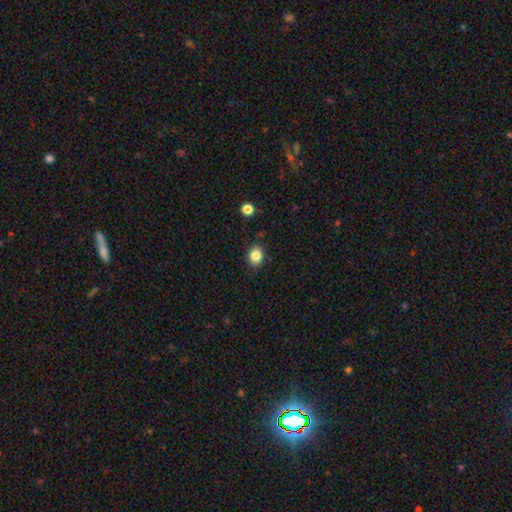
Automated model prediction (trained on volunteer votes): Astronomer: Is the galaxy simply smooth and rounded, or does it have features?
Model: smooth — 84%.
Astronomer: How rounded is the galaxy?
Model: in between — 52% (runner-up: round, 47%).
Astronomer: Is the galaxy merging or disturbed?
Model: none — 85%.